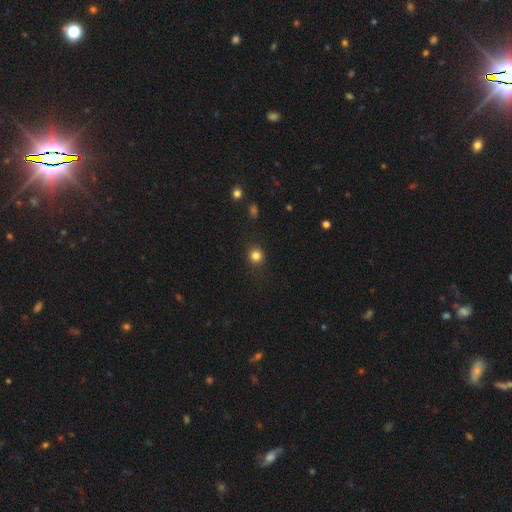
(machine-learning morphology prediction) Smooth or featured: smooth — 82% (star or artifact — 12%)
How rounded: round — 87% (in between — 12%)
Merging: none — 86% (minor disturbance — 9%)